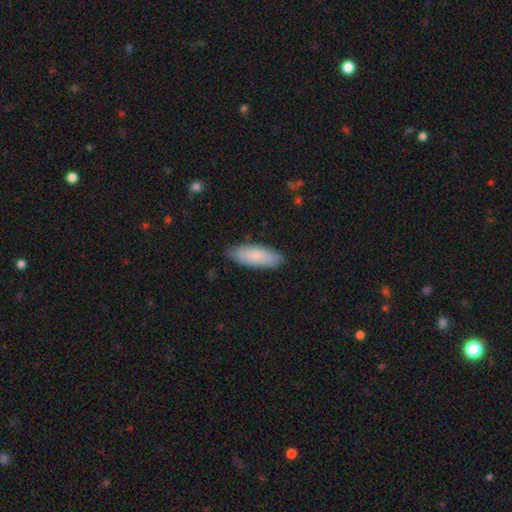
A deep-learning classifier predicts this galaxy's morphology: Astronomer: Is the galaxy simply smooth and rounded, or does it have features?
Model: smooth — 81%.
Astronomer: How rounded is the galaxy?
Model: in between — 64%.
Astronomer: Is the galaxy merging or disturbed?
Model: none — 83%.